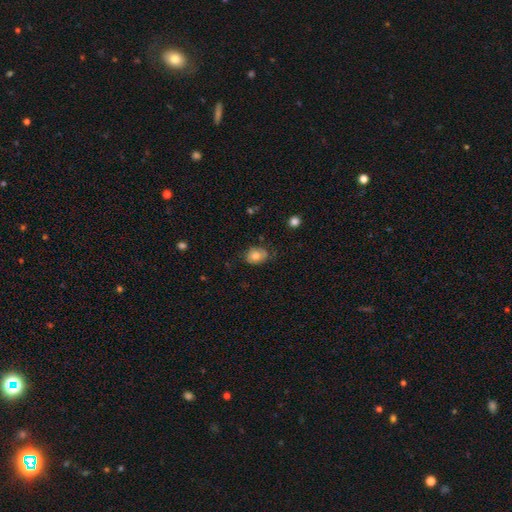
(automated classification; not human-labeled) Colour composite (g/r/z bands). It shows a smooth galaxy with no disk features (76%) that is in between round and cigar-shaped (64%). Merging: none (66%).